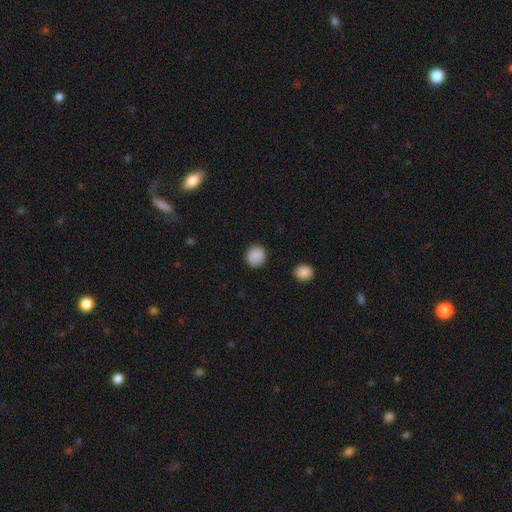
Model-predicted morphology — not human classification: Smooth or featured?
  - smooth: 89% *
  - star or artifact: 8%
  - featured or disk: 3%
How rounded?
  - round: 88% *
  - in between: 11%
  - cigar-shaped: 1%
Merging?
  - none: 89% *
  - minor disturbance: 7%
  - major disturbance: 2%
  - merger: 1%